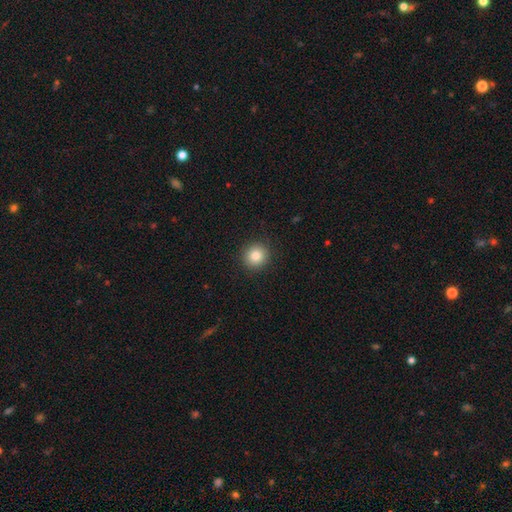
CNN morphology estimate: This is clearly a smooth galaxy (84%). How rounded: clearly round (93%). Merging: clearly none (91%).